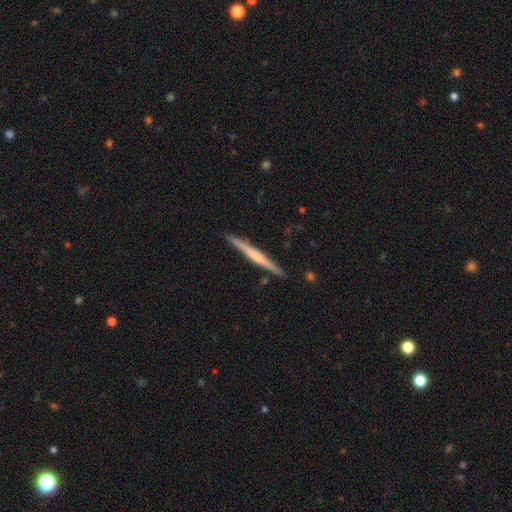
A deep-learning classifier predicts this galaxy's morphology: Smooth or featured: featured or disk — 57% (smooth — 38%)
Edge-on disk: yes — 98% (no — 2%)
Edge-on bulge: none — 52% (rounded — 34%)
Merging: none — 90% (minor disturbance — 7%)